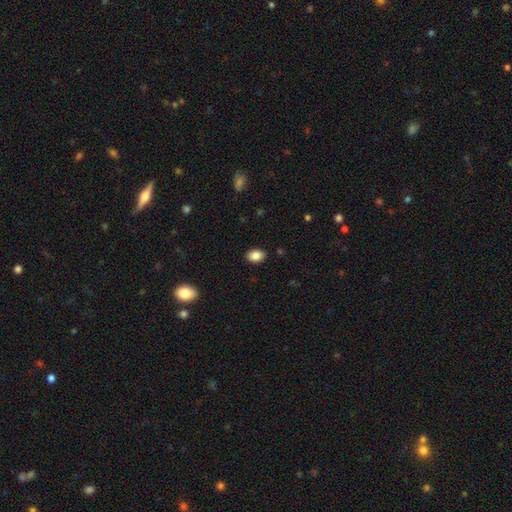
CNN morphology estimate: Smooth or featured: smooth — 87% (star or artifact — 8%)
How rounded: in between — 84% (round — 15%)
Merging: none — 89% (minor disturbance — 8%)